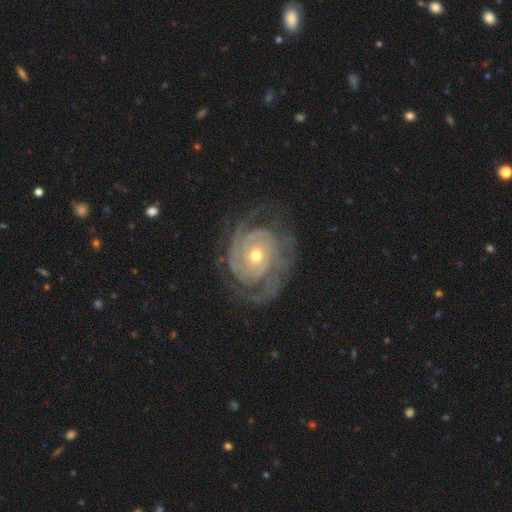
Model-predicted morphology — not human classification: smooth-or-featured: featured or disk: 91% | star or artifact: 5% | smooth: 4%
  disk-edge-on: no: 97% | yes: 3%
    bar: no: 73% | weak: 19% | strong: 8%
    has-spiral-arms: yes: 98% | no: 2%
      spiral-winding: tight: 77% | medium: 19% | loose: 4%
      spiral-arm-count: 2: 29% | 3: 26% | can't tell: 19% | 4: 12% | more than 4: 7% | 1: 7%
    bulge-size: moderate: 53% | small: 43% | large: 2% | none: 1% | dominant: 1%
  merging: none: 74% | minor disturbance: 16% | major disturbance: 9% | merger: 1%